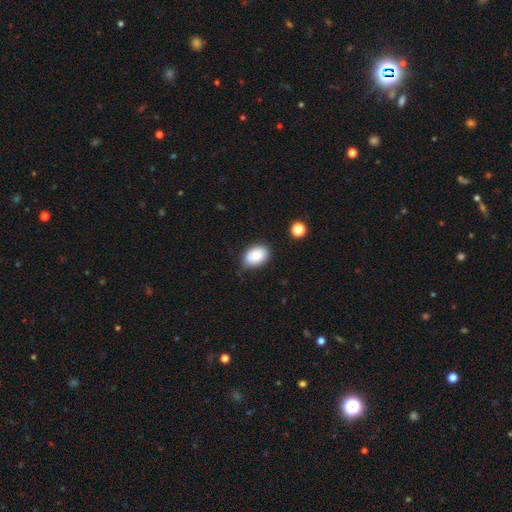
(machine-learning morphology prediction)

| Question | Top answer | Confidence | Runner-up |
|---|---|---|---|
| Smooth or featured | smooth | 85% | featured or disk (8%) |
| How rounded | in between | 86% | round (12%) |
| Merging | none | 74% | minor disturbance (20%) |